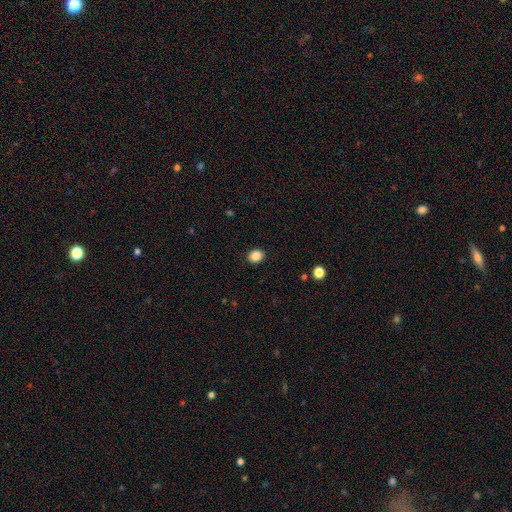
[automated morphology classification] Smooth or featured? Predicted: smooth (p=0.87). How rounded? Predicted: round (p=0.55). Merging? Predicted: none (p=0.90).